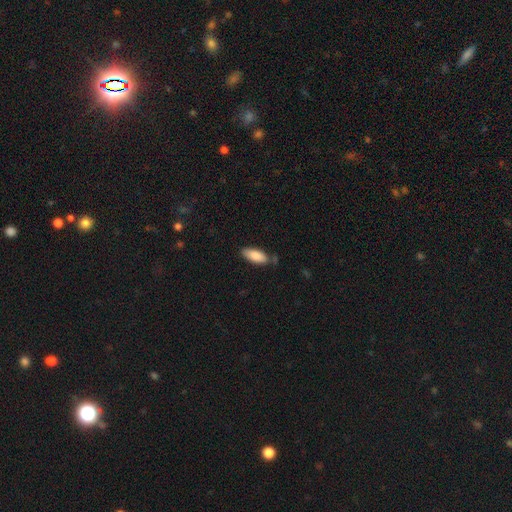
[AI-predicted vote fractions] Smooth or featured? Predicted: smooth (p=0.86). How rounded? Predicted: in between (p=0.78). Merging? Predicted: none (p=0.73).